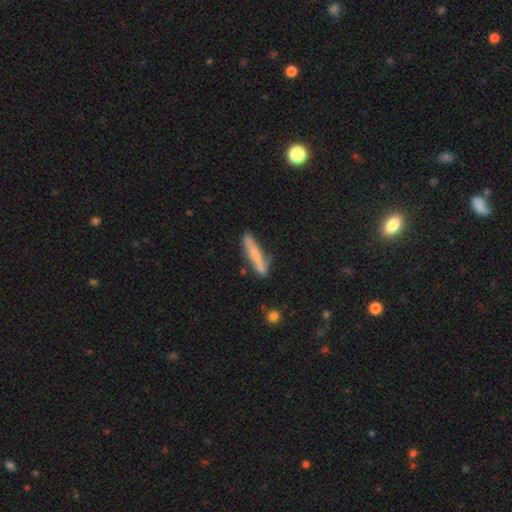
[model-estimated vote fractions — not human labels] A smooth galaxy with no disk features (62%) that is cigar-shaped (90%).

Vote fractions:
- Smooth or featured? smooth: 62% / featured or disk: 32% / star or artifact: 7%
- How rounded? cigar-shaped: 90% / in between: 8% / round: 2%
- Merging? none: 72% / minor disturbance: 19% / merger: 5% / major disturbance: 4%